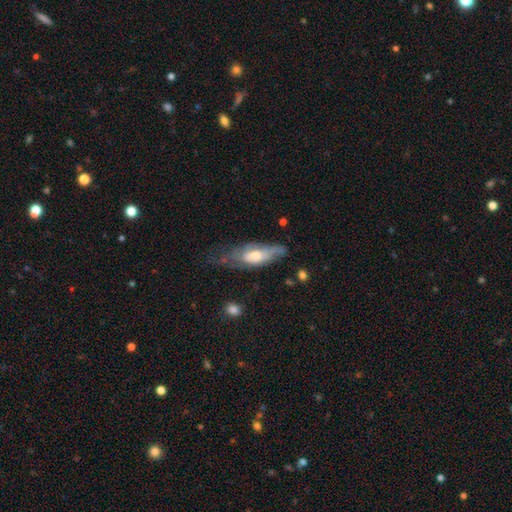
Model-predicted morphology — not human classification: A featured or disk galaxy (51%). Merging: none (36%).